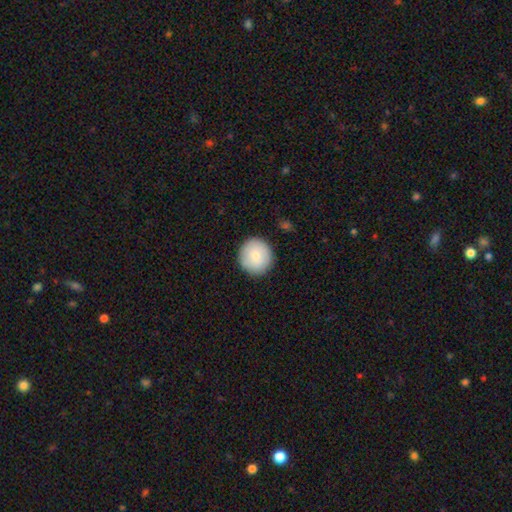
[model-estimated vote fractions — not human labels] This is clearly a smooth galaxy (82%). How rounded: clearly round (91%). Merging: clearly none (89%).